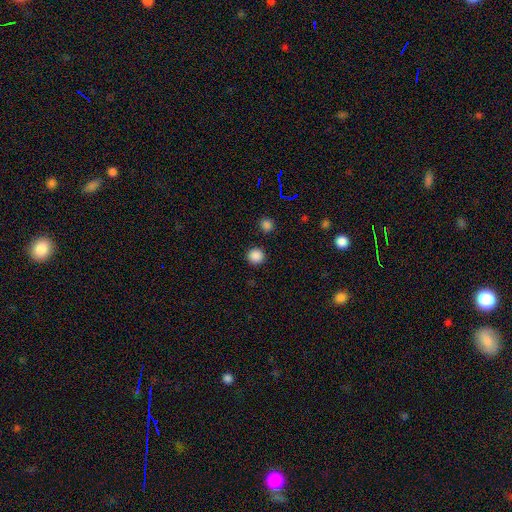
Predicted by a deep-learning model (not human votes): smooth_or_featured: smooth (p=0.86) [alt: star or artifact p=0.12]
how_rounded: round (p=0.95) [alt: in between p=0.04]
merging: none (p=0.91) [alt: minor disturbance p=0.05]